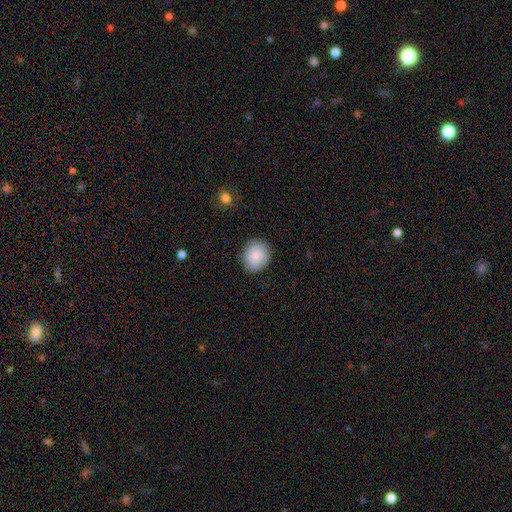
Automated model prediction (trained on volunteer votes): smooth 87%, star or artifact 7%, featured or disk 6%. Down the decision tree: how rounded — round (78%); merging — none (85%).